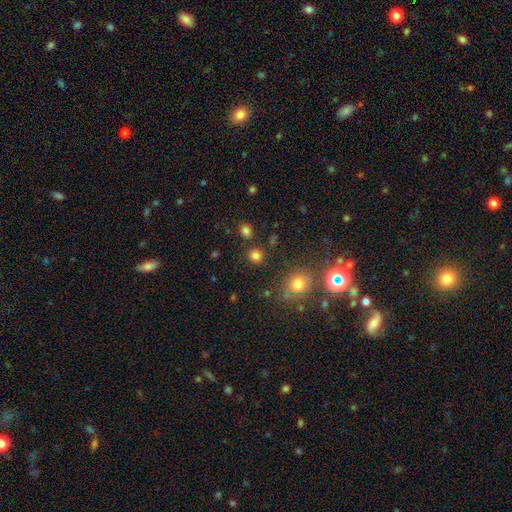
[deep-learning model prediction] Smooth or featured? Predicted: smooth (p=0.80). How rounded? Predicted: round (p=0.89). Merging? Predicted: none (p=0.86).